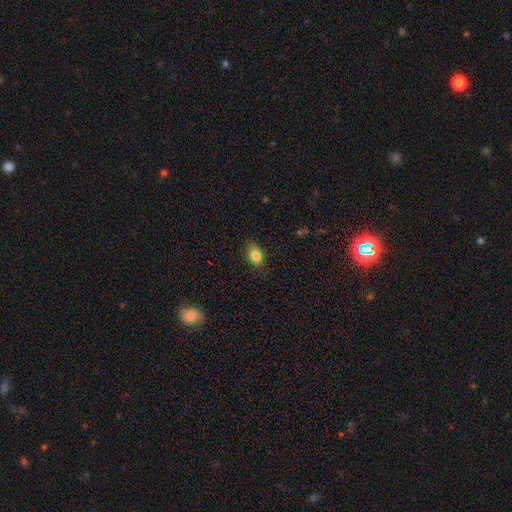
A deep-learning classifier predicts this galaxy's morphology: smooth_or_featured: smooth (p=0.84) [alt: star or artifact p=0.09]
how_rounded: in between (p=0.75) [alt: round p=0.24]
merging: none (p=0.78) [alt: minor disturbance p=0.17]